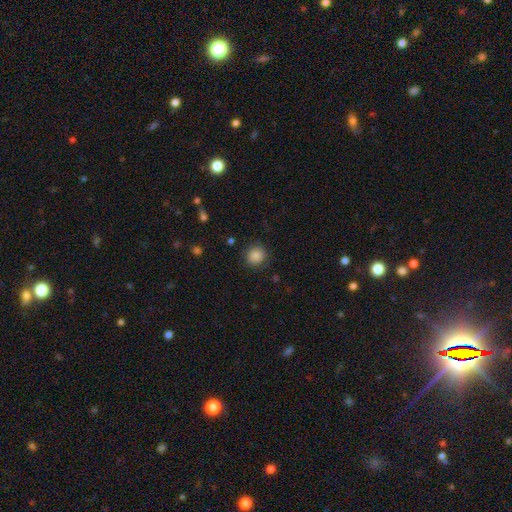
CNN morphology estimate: A smooth galaxy with no disk features (86%) that is round (89%). Merging: none (87%).